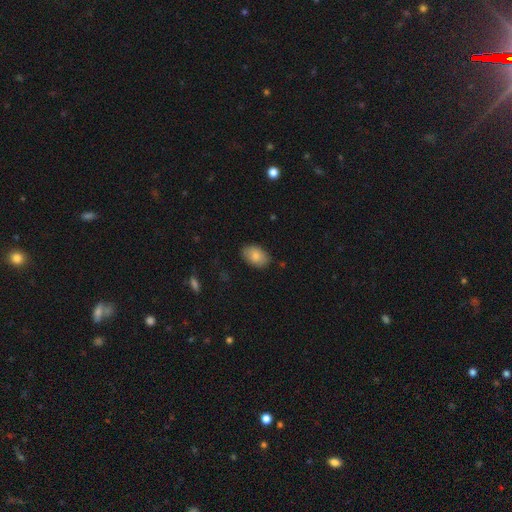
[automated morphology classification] A smooth galaxy with no disk features (84%) that is in between round and cigar-shaped (90%).

Vote fractions:
- Smooth or featured? smooth: 84% / featured or disk: 10% / star or artifact: 7%
- How rounded? in between: 90% / round: 9% / cigar-shaped: 1%
- Merging? none: 84% / minor disturbance: 12% / major disturbance: 2% / merger: 1%